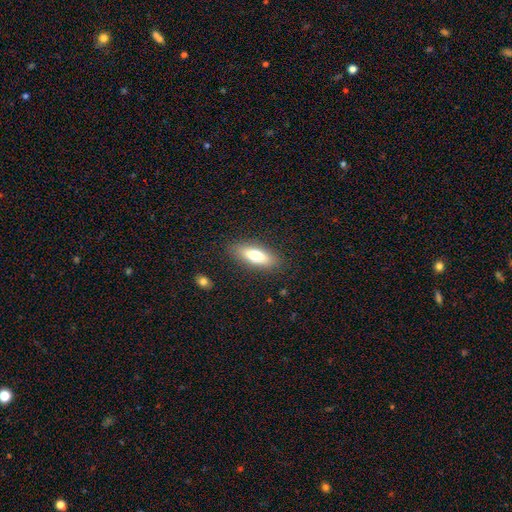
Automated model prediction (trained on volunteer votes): Morphology: type=smooth (70%); roundness=in between (58%); merging=none (85%).